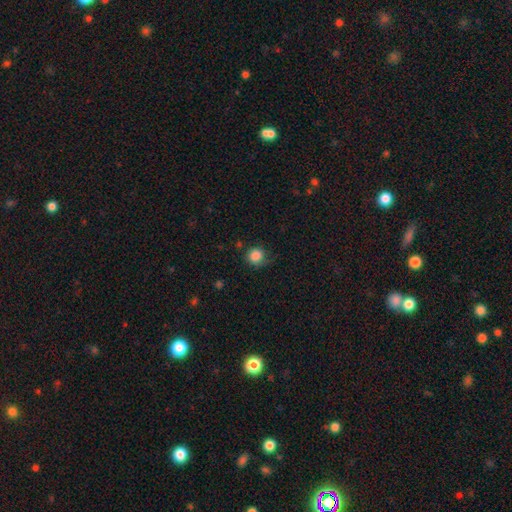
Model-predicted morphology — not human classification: Q: Smooth or featured?
A: smooth (86%); runner-up: star or artifact (9%)
Q: How rounded?
A: round (88%); runner-up: in between (11%)
Q: Merging?
A: none (67%); runner-up: minor disturbance (23%)